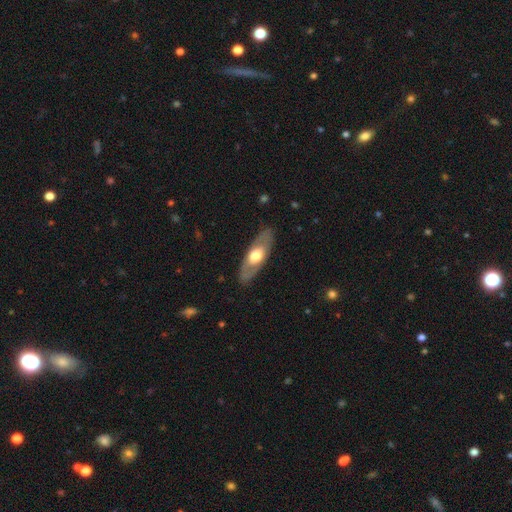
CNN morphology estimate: featured or disk 52%, smooth 43%, star or artifact 5%. Down the decision tree: edge-on disk — no (69%); merging — none (85%).